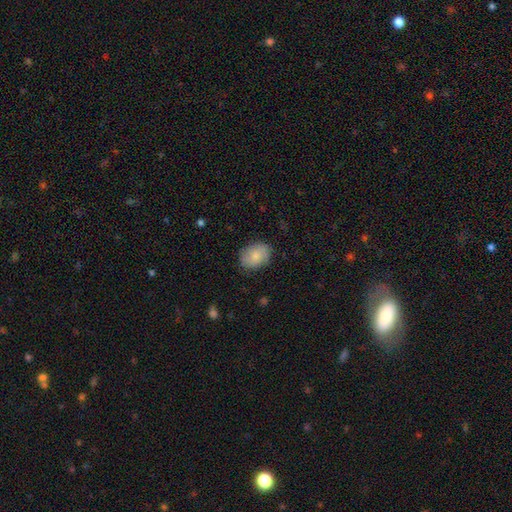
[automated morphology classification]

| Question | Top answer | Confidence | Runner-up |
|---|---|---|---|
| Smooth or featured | smooth | 81% | featured or disk (13%) |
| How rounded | in between | 71% | round (28%) |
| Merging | none | 82% | minor disturbance (14%) |